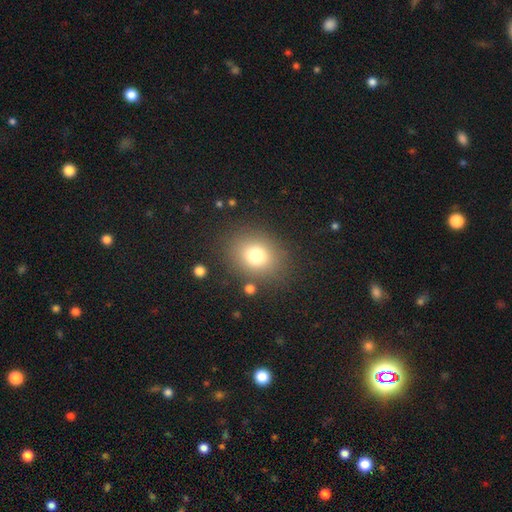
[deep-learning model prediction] Overall: smooth (76%). How rounded: round (63%; in between 36%). Merging: none (83%).